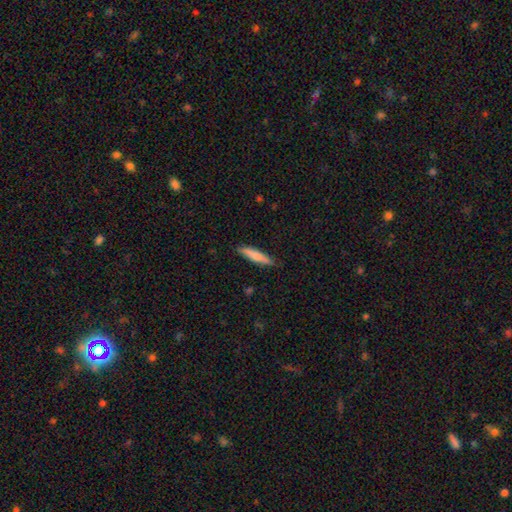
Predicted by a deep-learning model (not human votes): The model was most divided on "smooth or featured": smooth: 73%, featured or disk: 22%, star or artifact: 6%. More confident: merging — none (86%); how rounded — cigar-shaped (84%).